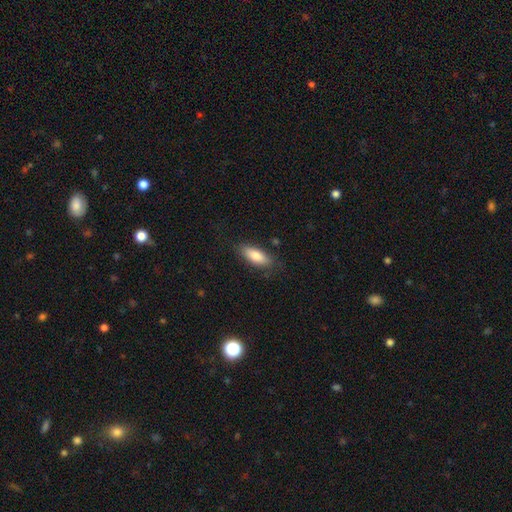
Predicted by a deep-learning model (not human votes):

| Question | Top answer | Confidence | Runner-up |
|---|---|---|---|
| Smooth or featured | smooth | 81% | featured or disk (13%) |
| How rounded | in between | 76% | cigar-shaped (22%) |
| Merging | none | 81% | minor disturbance (14%) |